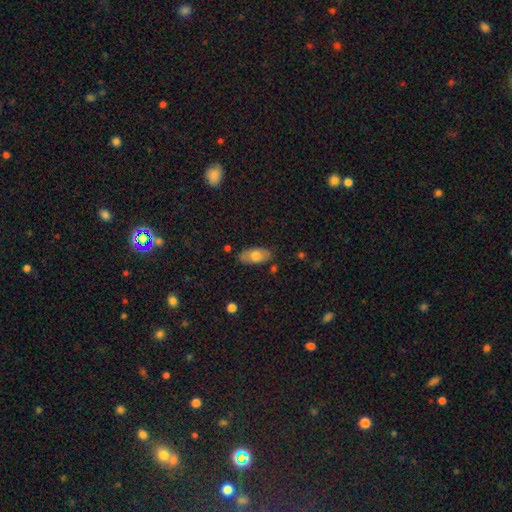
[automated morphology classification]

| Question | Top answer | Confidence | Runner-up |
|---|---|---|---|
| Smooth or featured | smooth | 68% | featured or disk (26%) |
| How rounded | in between | 92% | cigar-shaped (4%) |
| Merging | none | 81% | minor disturbance (15%) |